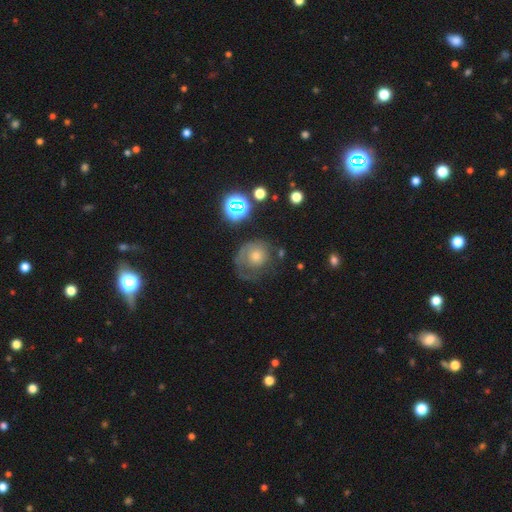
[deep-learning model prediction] A featured or disk galaxy (44%).

Vote fractions:
- Smooth or featured? featured or disk: 44% / smooth: 40% / star or artifact: 16%
- Merging? none: 47% / major disturbance: 27% / minor disturbance: 23% / merger: 3%